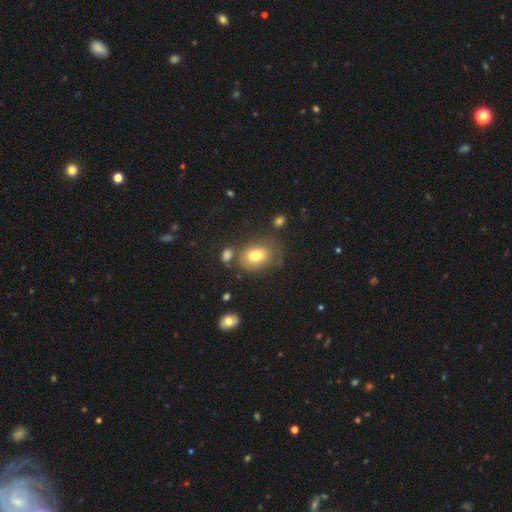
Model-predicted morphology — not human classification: smooth-or-featured: smooth: 76% | featured or disk: 14% | star or artifact: 10%
  how-rounded: in between: 64% | round: 35% | cigar-shaped: 1%
  merging: none: 57% | minor disturbance: 21% | merger: 11% | major disturbance: 10%